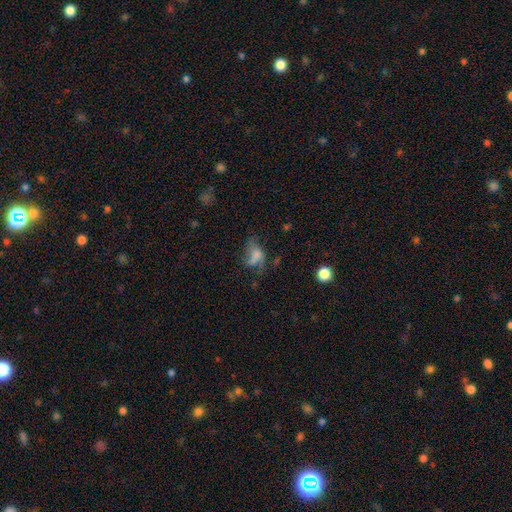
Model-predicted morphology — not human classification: type=smooth (47%); merging=major disturbance (38%).